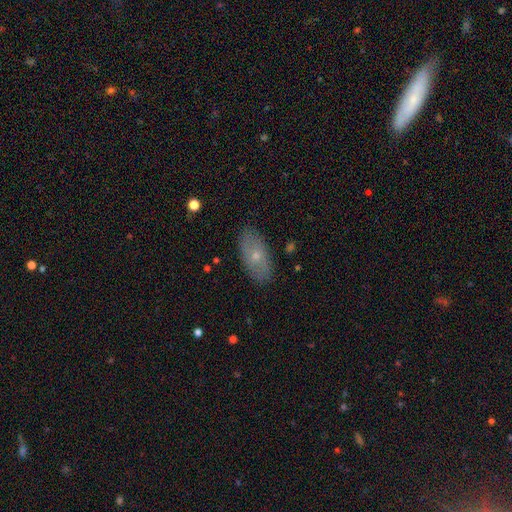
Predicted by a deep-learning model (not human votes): smooth 58%, featured or disk 35%, star or artifact 8%. Down the decision tree: how rounded — in between (90%); merging — none (84%).